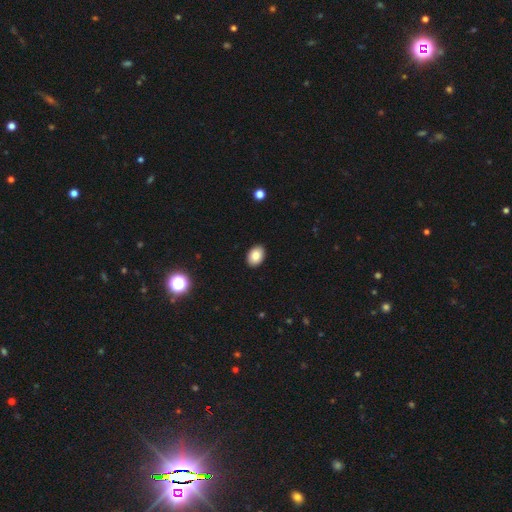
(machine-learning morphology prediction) A smooth galaxy with no disk features (86%) that is in between round and cigar-shaped (81%). Merging: none (91%).